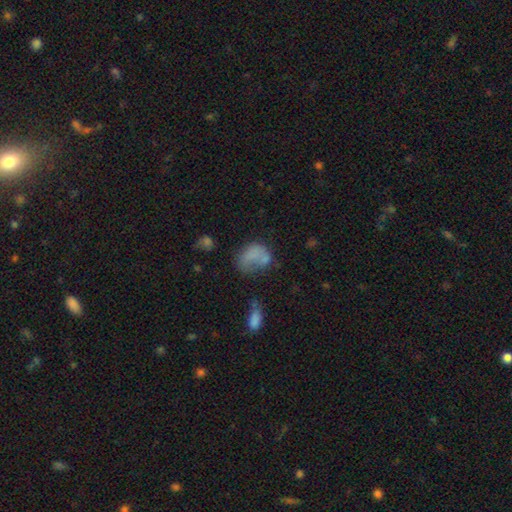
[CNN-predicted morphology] A smooth galaxy with no disk features (66%) that is in between round and cigar-shaped (68%). Merging: none (31%).